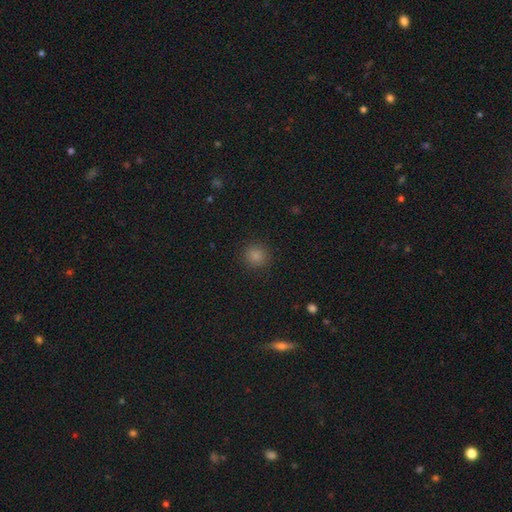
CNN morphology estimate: This is clearly a smooth galaxy (83%). How rounded: clearly round (91%). Merging: clearly none (90%).